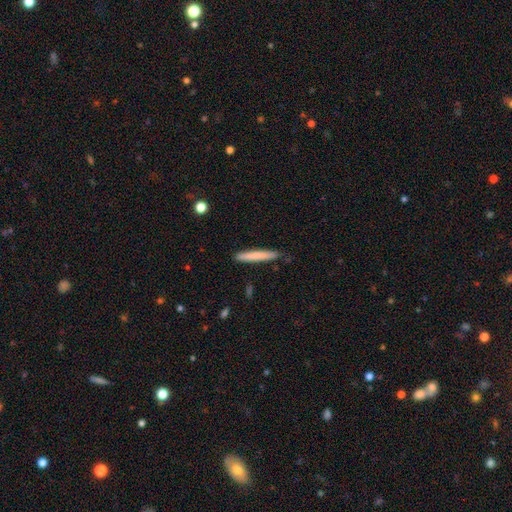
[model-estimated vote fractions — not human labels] Morphology: type=smooth (74%); roundness=cigar-shaped (96%); merging=none (85%).